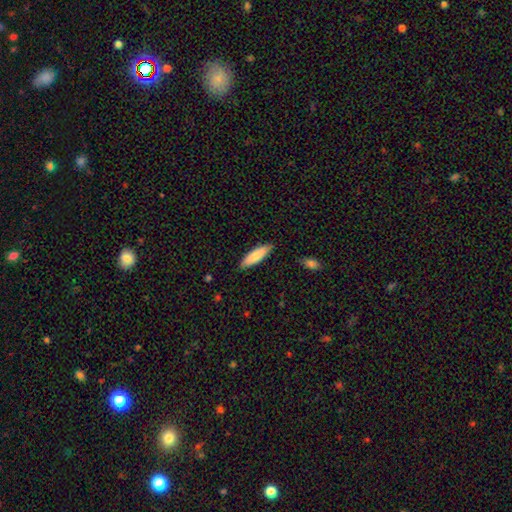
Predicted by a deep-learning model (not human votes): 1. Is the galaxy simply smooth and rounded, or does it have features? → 79% smooth, 15% featured or disk, 6% star or artifact.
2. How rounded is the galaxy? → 57% cigar-shaped, 41% in between, 1% round.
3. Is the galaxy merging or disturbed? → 87% none, 10% minor disturbance, 2% major disturbance, 1% merger.